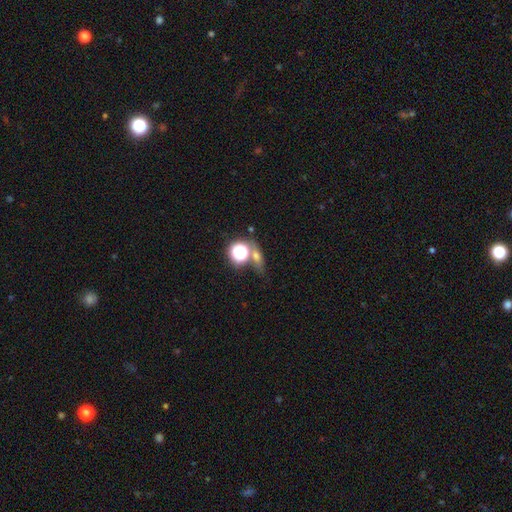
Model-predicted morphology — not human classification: Smooth or featured? Predicted: smooth (p=0.54). How rounded? Predicted: round (p=0.45). Merging? Predicted: none (p=0.60).